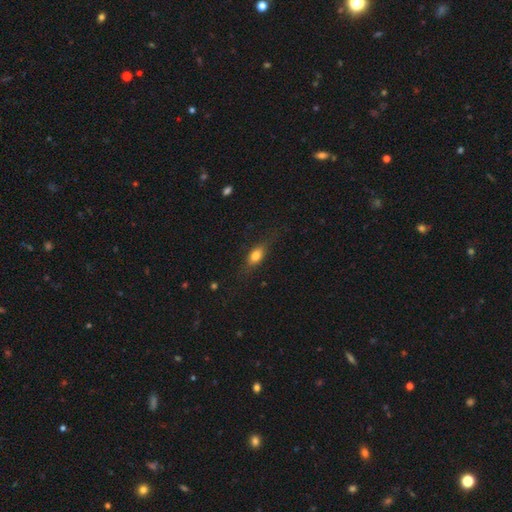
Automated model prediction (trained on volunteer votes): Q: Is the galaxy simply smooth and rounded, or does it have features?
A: smooth — 72%.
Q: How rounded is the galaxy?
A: in between — 72%.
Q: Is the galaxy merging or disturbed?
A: none — 75%.